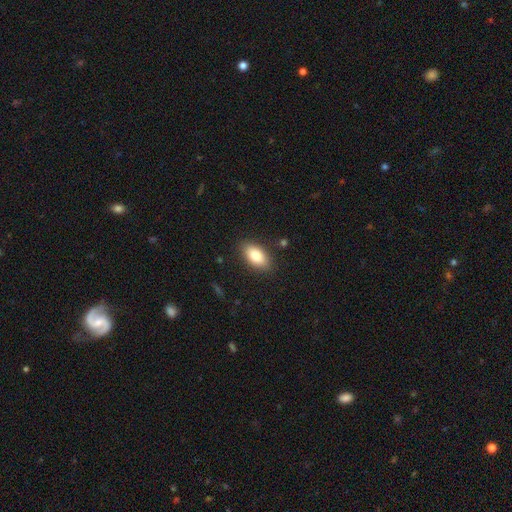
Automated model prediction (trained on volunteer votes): Smooth or featured: smooth — 82% (featured or disk — 11%)
How rounded: in between — 92% (round — 4%)
Merging: none — 87% (minor disturbance — 10%)